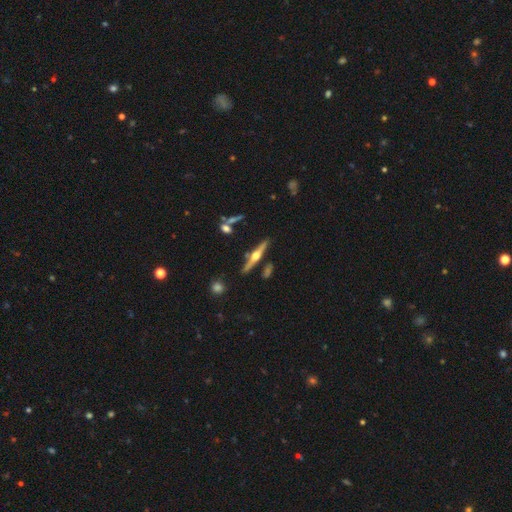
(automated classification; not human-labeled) featured or disk 77%, smooth 17%, star or artifact 6%. Down the decision tree: edge-on disk — yes (97%); edge-on bulge — rounded (95%); merging — none (83%).